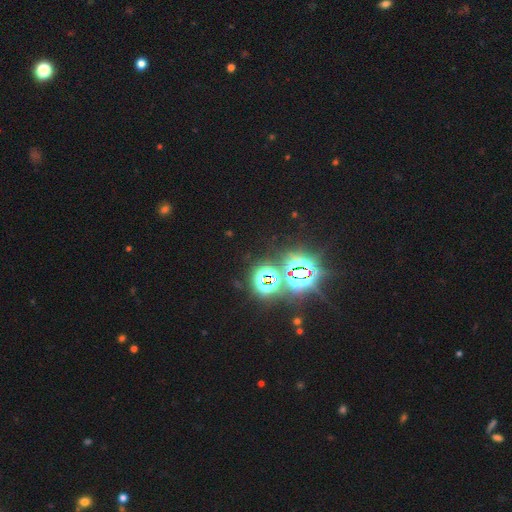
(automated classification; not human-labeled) Smooth or featured? Predicted: star or artifact (p=0.79).